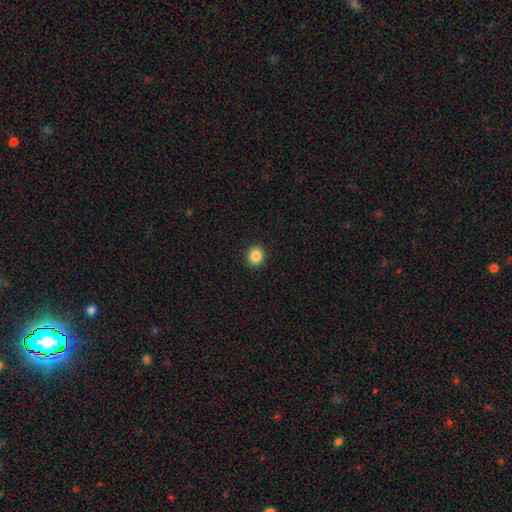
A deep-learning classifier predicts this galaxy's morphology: A smooth galaxy with no disk features (86%) that is round (86%).

Vote fractions:
- Smooth or featured? smooth: 86% / star or artifact: 10% / featured or disk: 4%
- How rounded? round: 86% / in between: 13% / cigar-shaped: 1%
- Merging? none: 92% / minor disturbance: 5% / major disturbance: 2% / merger: 1%